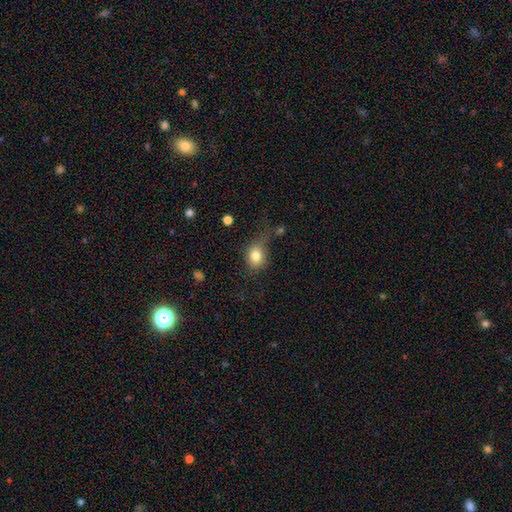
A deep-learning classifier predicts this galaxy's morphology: smooth 79%, star or artifact 11%, featured or disk 10%. Down the decision tree: how rounded — round (50%); merging — none (52%).